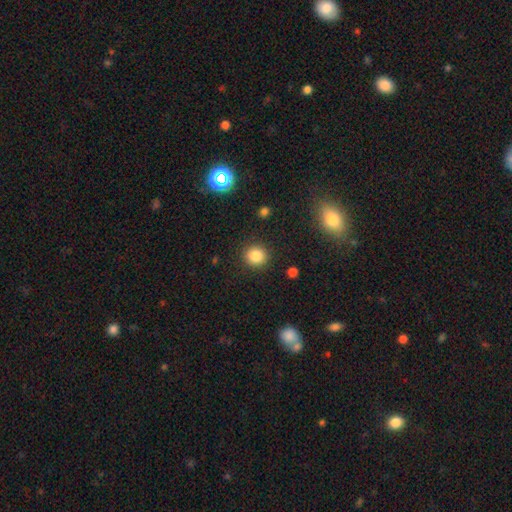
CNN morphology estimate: Q: Smooth or featured?
A: smooth (84%); runner-up: star or artifact (11%)
Q: How rounded?
A: round (90%); runner-up: in between (9%)
Q: Merging?
A: none (90%); runner-up: minor disturbance (6%)